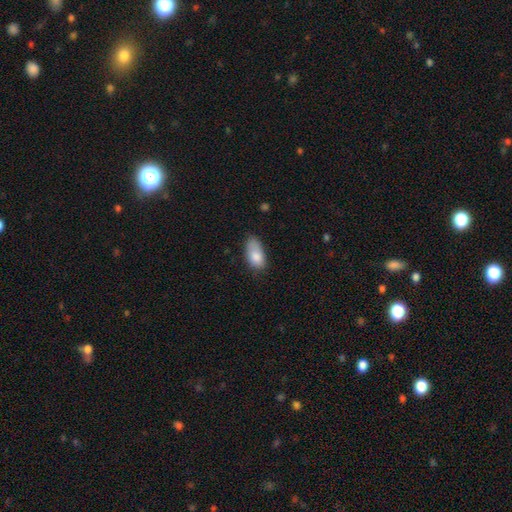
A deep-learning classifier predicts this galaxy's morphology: This appears to be a smooth galaxy with no disk features (83%) that is in between round and cigar-shaped (92%). Merging: none (55%).